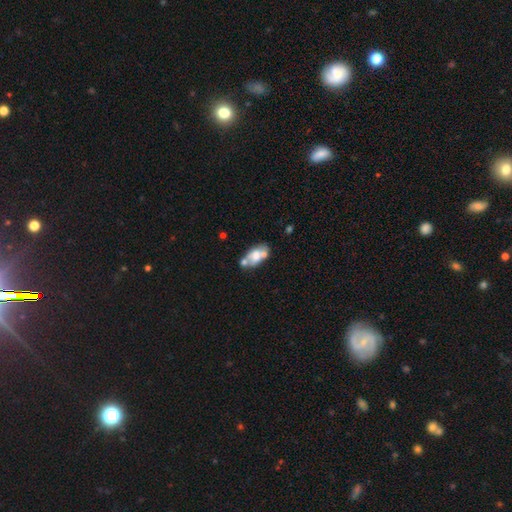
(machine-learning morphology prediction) smooth 52%, featured or disk 40%, star or artifact 8%. Down the decision tree: how rounded — in between (89%); merging — none (43%).